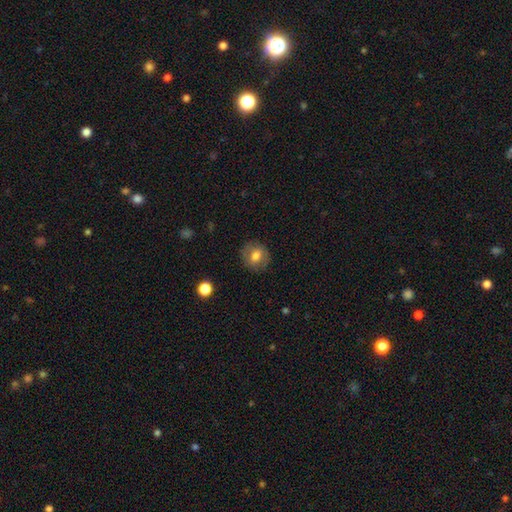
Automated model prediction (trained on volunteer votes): A smooth galaxy with no disk features (70%) that is round (81%). Merging: none (84%).